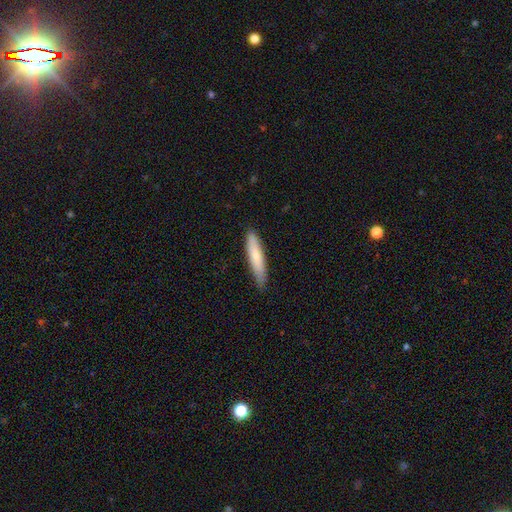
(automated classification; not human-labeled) Overall: smooth (75%). How rounded: cigar-shaped (87%). Merging: none (83%).